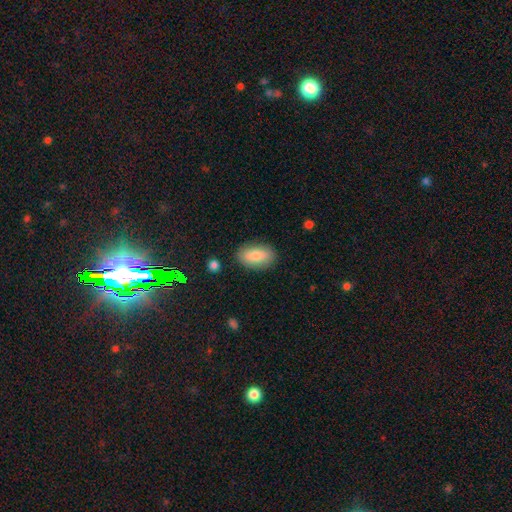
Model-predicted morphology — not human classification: Smooth or featured? Predicted: smooth (p=0.83). How rounded? Predicted: in between (p=0.92). Merging? Predicted: none (p=0.85).